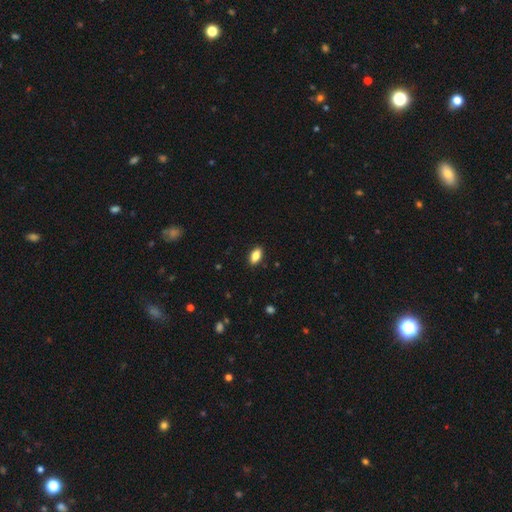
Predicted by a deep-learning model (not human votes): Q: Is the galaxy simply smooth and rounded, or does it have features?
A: smooth — 85%.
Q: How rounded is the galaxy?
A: in between — 90%.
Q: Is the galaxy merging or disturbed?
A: none — 89%.